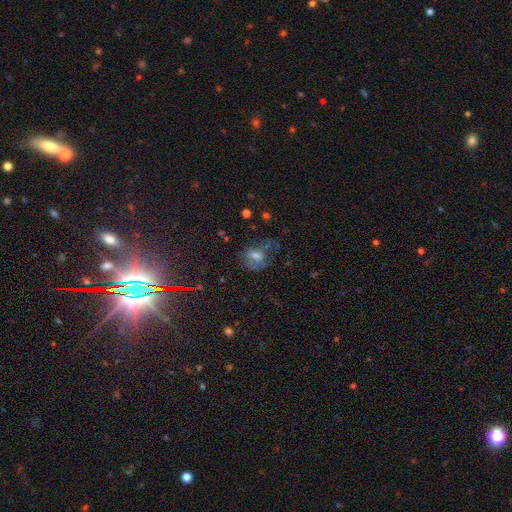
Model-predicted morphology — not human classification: Q: Smooth or featured?
A: smooth (42%); runner-up: featured or disk (31%)
Q: Merging?
A: none (48%); runner-up: minor disturbance (24%)